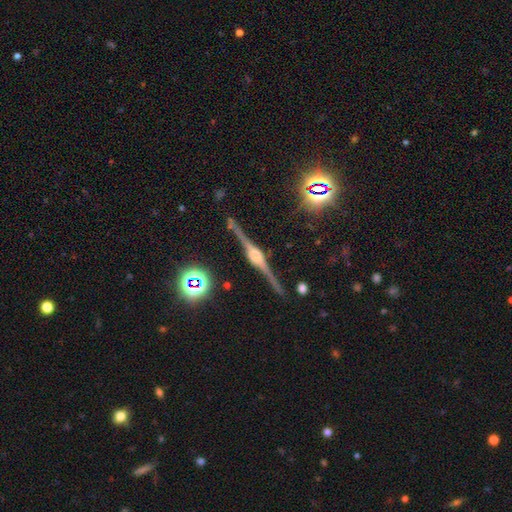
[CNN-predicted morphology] Smooth or featured: featured or disk — 90% (star or artifact — 6%)
Edge-on disk: yes — 98% (no — 2%)
Edge-on bulge: rounded — 80% (boxy — 18%)
Merging: none — 88% (minor disturbance — 8%)